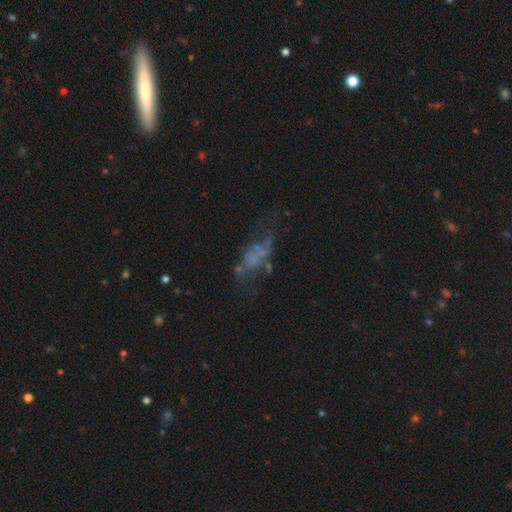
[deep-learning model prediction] Smooth or featured: featured or disk — 53% (smooth — 29%)
Edge-on disk: no — 93% (yes — 7%)
Merging: none — 40% (major disturbance — 32%)